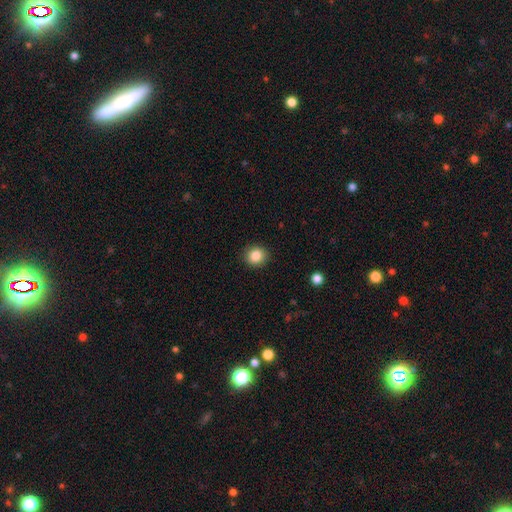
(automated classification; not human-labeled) Smooth or featured: smooth — 86% (star or artifact — 10%)
How rounded: round — 84% (in between — 15%)
Merging: none — 90% (minor disturbance — 7%)